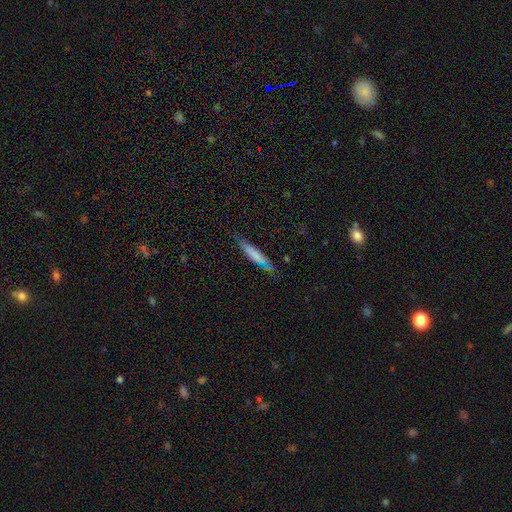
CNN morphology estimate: smooth_or_featured: smooth (p=0.67) [alt: featured or disk p=0.25]
how_rounded: cigar-shaped (p=0.90) [alt: in between p=0.09]
merging: none (p=0.71) [alt: minor disturbance p=0.21]